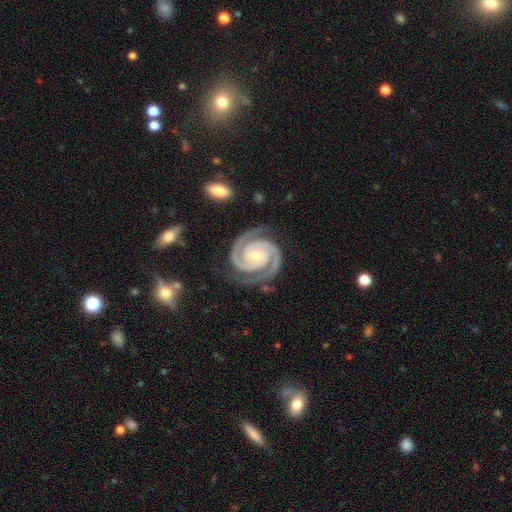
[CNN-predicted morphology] Overall: featured or disk (95%). Edge-on disk: no (98%). Bar: no (62%). Spiral arms: yes (99%). Spiral arm count: 2 (93%). Spiral winding: tight (75%). Bulge size: small (63%; moderate 31%). Merging: none (84%).